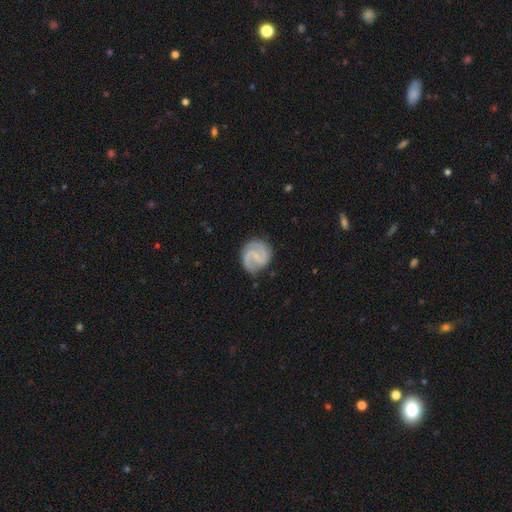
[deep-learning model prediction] Smooth or featured? Predicted: featured or disk (p=0.78). Edge-on disk? Predicted: no (p=0.98). Bar? Predicted: weak (p=0.49). Spiral arms? Predicted: yes (p=0.96). Spiral winding? Predicted: medium (p=0.49). Spiral arm count? Predicted: 2 (p=0.84). Bulge size? Predicted: small (p=0.51). Merging? Predicted: none (p=0.75).